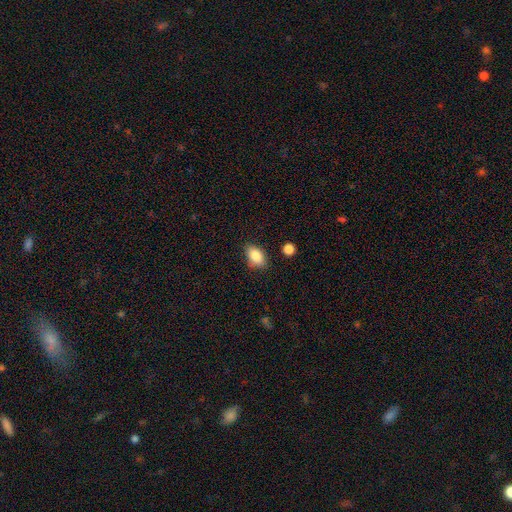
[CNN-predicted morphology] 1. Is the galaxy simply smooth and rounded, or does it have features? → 86% smooth, 8% star or artifact, 6% featured or disk.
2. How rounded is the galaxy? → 87% in between, 11% round, 2% cigar-shaped.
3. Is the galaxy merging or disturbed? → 81% none, 14% minor disturbance, 3% major disturbance, 2% merger.